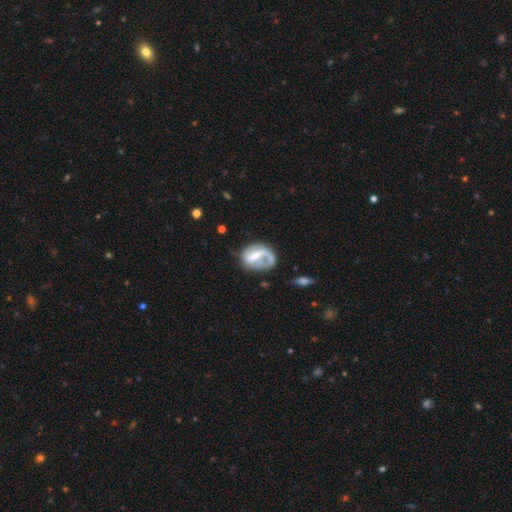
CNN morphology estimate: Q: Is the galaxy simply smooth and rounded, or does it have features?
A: featured or disk — 64%.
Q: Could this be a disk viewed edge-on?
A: no — 96%.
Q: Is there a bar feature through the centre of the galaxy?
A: strong — 43%.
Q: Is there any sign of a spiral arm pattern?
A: yes — 68%.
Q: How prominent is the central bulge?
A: small — 35%.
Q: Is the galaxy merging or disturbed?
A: none — 43%.